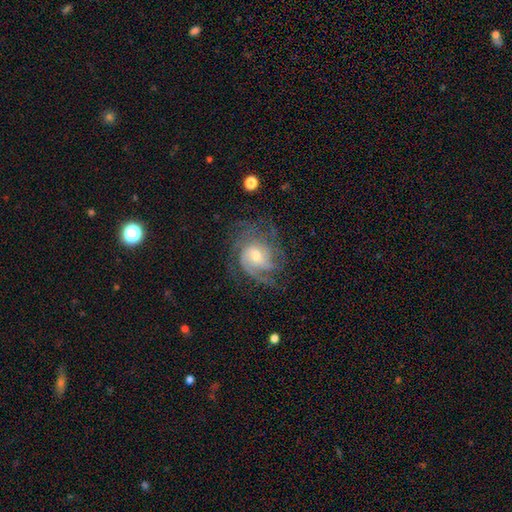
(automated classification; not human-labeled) Smooth or featured?
  - featured or disk: 83% *
  - smooth: 10%
  - star or artifact: 7%
Edge-on disk?
  - no: 97% *
  - yes: 3%
Bar?
  - no: 57% *
  - weak: 37%
  - strong: 6%
Spiral arms?
  - yes: 95% *
  - no: 5%
Spiral winding?
  - tight: 48% *
  - medium: 38%
  - loose: 14%
Spiral arm count?
  - can't tell: 32% *
  - 3: 25%
  - 2: 19%
  - 4: 10%
  - 1: 8%
  - more than 4: 6%
Bulge size?
  - moderate: 54% *
  - small: 38%
  - large: 6%
  - none: 2%
  - dominant: 1%
Merging?
  - none: 65% *
  - minor disturbance: 19%
  - major disturbance: 15%
  - merger: 1%